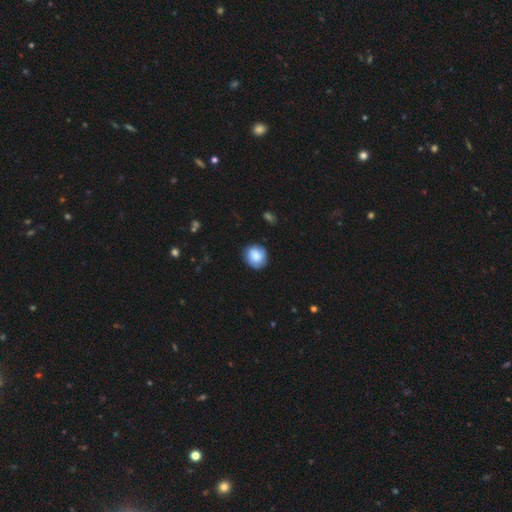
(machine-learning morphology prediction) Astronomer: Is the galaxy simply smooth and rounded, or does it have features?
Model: smooth — 76%.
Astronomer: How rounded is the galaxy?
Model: round — 84%.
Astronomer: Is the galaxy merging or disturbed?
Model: none — 78%.